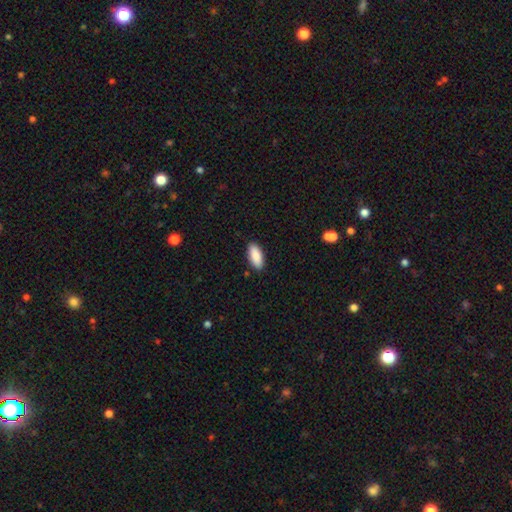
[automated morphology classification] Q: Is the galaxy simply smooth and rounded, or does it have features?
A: smooth — 90%.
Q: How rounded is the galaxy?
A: in between — 87%.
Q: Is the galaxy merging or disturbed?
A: none — 89%.